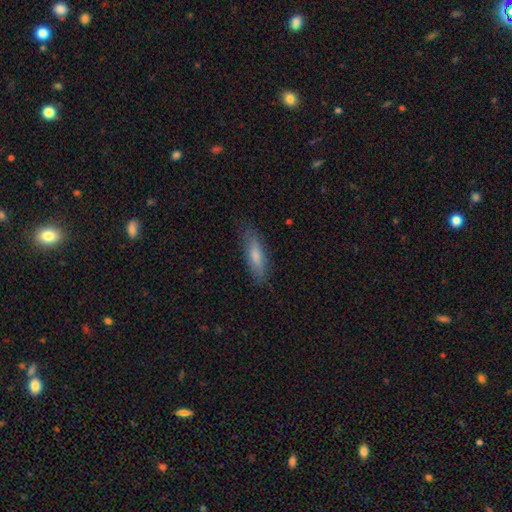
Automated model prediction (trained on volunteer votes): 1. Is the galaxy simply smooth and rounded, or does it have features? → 75% smooth, 19% featured or disk, 6% star or artifact.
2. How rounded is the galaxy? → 59% cigar-shaped, 39% in between, 2% round.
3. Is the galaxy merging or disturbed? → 81% none, 14% minor disturbance, 3% major disturbance, 1% merger.